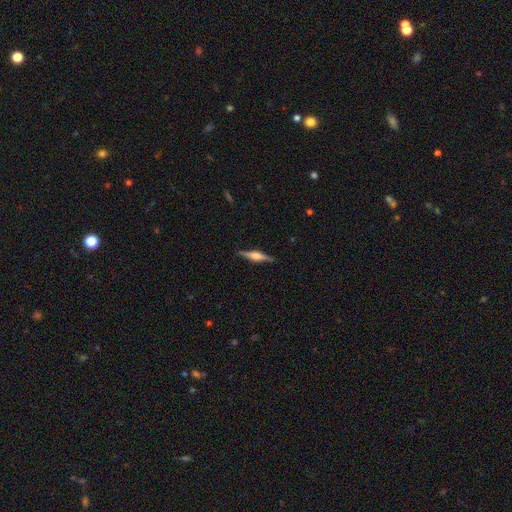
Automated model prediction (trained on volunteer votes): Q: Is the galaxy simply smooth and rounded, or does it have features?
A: featured or disk — 74%.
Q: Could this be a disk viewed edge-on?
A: yes — 98%.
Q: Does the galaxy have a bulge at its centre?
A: rounded — 77%.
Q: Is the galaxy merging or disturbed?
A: none — 90%.